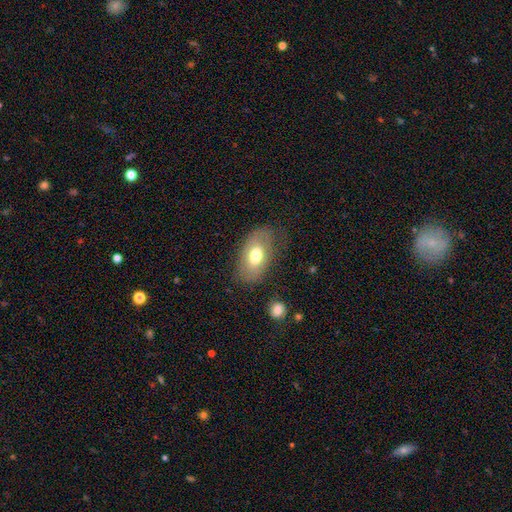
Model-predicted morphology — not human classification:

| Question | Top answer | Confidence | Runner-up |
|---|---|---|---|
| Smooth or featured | smooth | 66% | featured or disk (27%) |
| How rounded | in between | 92% | round (6%) |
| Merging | none | 68% | minor disturbance (20%) |